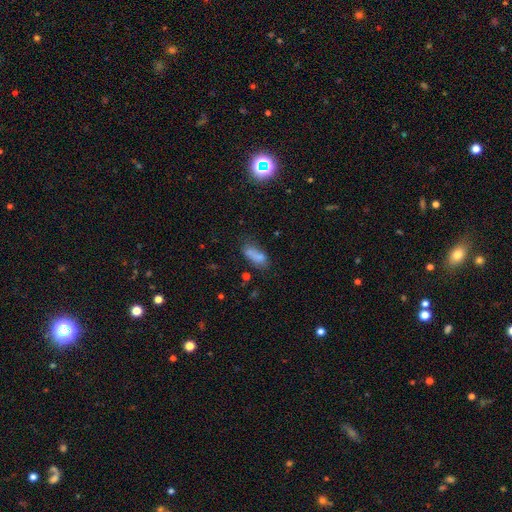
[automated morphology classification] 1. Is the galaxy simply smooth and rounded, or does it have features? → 73% smooth, 15% featured or disk, 11% star or artifact.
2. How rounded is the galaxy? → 76% in between, 19% cigar-shaped, 4% round.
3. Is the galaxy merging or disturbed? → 42% none, 23% merger, 23% minor disturbance, 13% major disturbance.